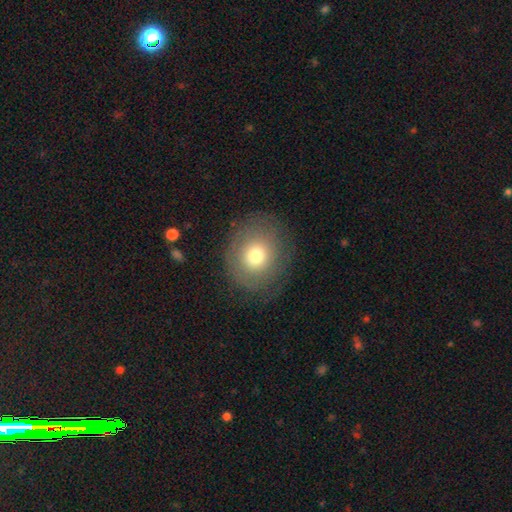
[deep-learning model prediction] This is likely a smooth galaxy (68%). How rounded: likely round (74%). Merging: likely none (79%).